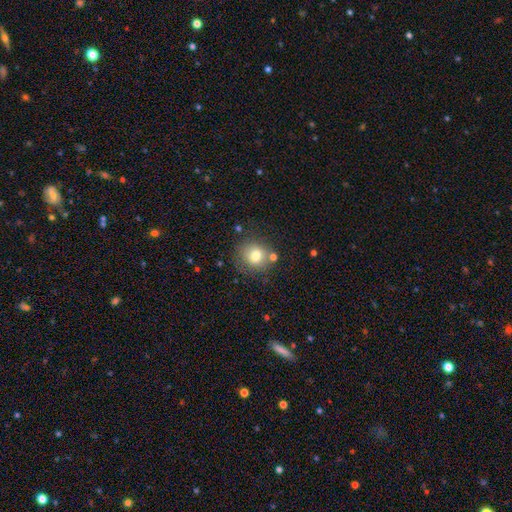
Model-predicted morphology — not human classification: The model was most divided on "merging": none: 74%, minor disturbance: 14%, merger: 7%, major disturbance: 5%. More confident: how rounded — round (81%); smooth or featured — smooth (76%).